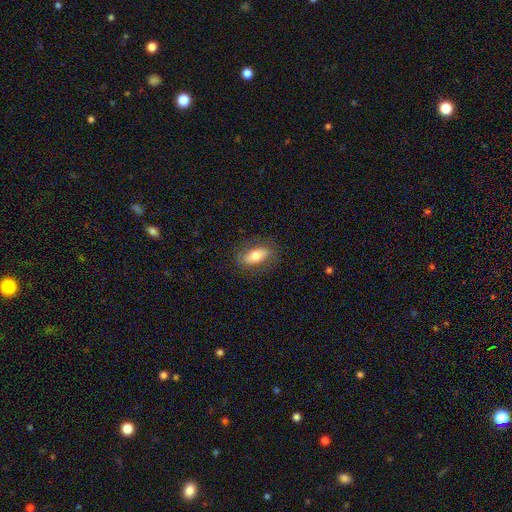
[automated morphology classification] smooth 68%, featured or disk 26%, star or artifact 7%. Down the decision tree: how rounded — in between (81%); merging — none (81%).